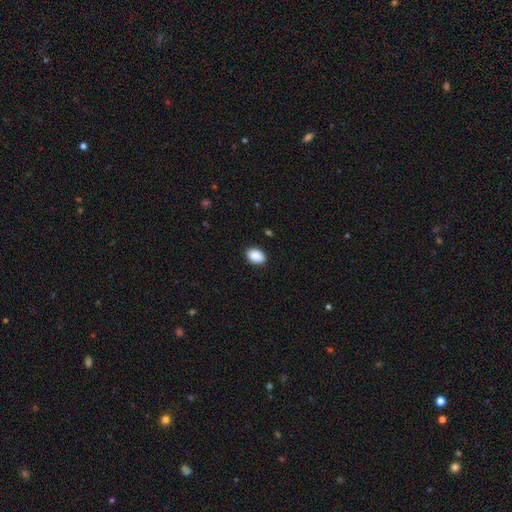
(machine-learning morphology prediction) Smooth or featured? Predicted: smooth (p=0.91). How rounded? Predicted: in between (p=0.85). Merging? Predicted: none (p=0.88).